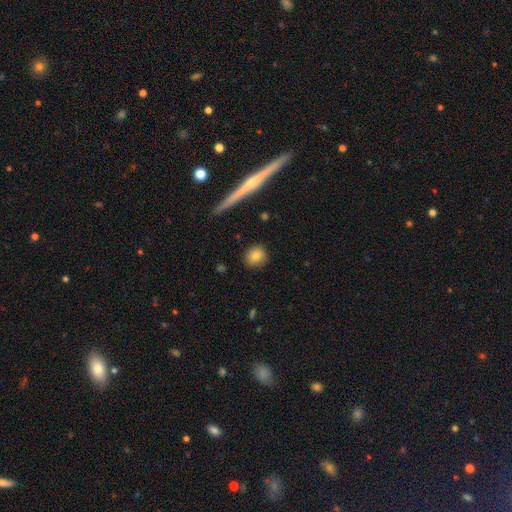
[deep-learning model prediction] Smooth or featured? smooth (81%)
How rounded? round (84%)
Merging? none (89%)